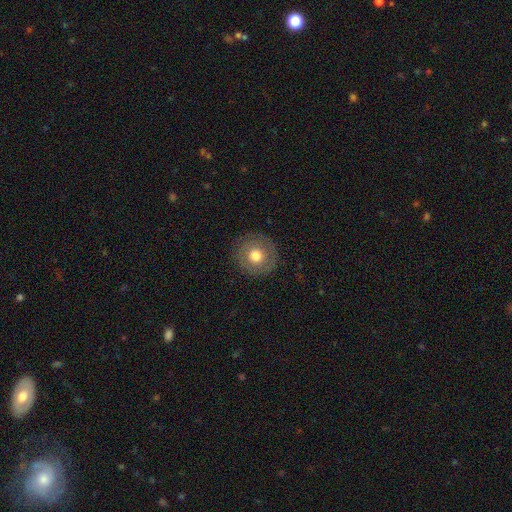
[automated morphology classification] Smooth or featured?
  - smooth: 70% *
  - featured or disk: 21%
  - star or artifact: 9%
How rounded?
  - round: 94% *
  - in between: 5%
  - cigar-shaped: 1%
Merging?
  - none: 88% *
  - minor disturbance: 8%
  - major disturbance: 3%
  - merger: 1%